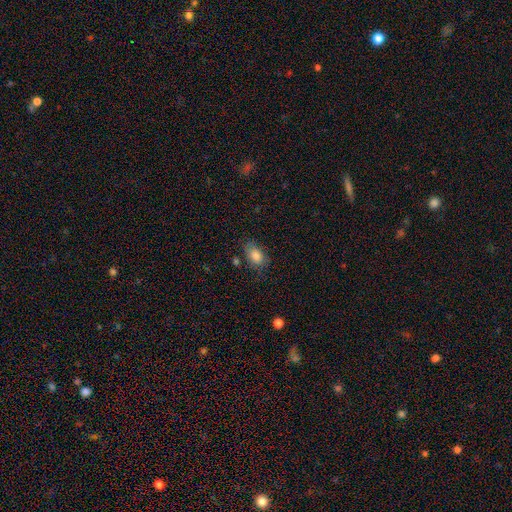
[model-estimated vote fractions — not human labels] Overall: smooth (83%). How rounded: in between (87%). Merging: none (68%).